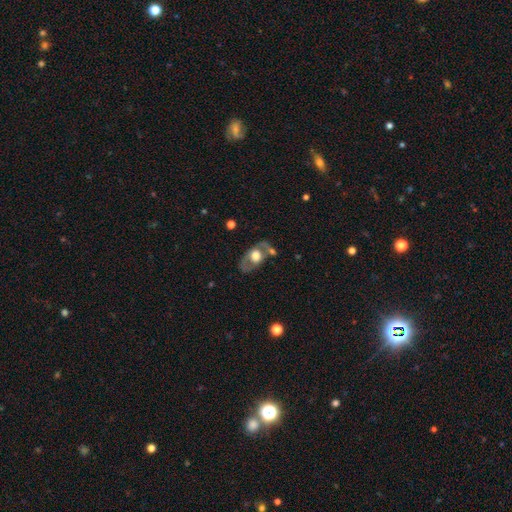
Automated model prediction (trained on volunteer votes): Smooth or featured? Predicted: featured or disk (p=0.57). Edge-on disk? Predicted: no (p=0.85). Merging? Predicted: none (p=0.55).